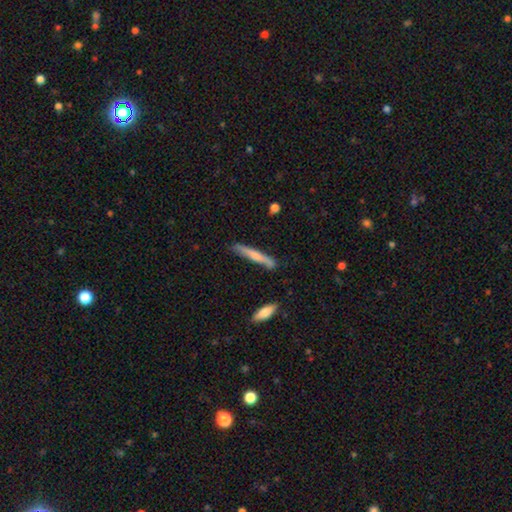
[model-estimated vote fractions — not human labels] A smooth galaxy with no disk features (60%) that is cigar-shaped (94%). Merging: none (80%).